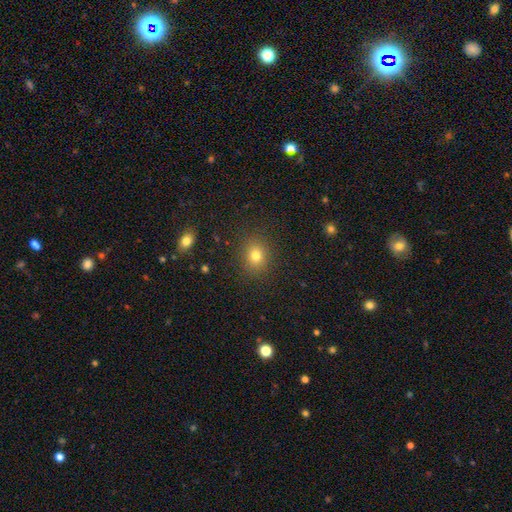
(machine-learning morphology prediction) Q: Smooth or featured?
A: smooth (78%); runner-up: star or artifact (14%)
Q: How rounded?
A: round (66%); runner-up: in between (33%)
Q: Merging?
A: none (88%); runner-up: minor disturbance (8%)